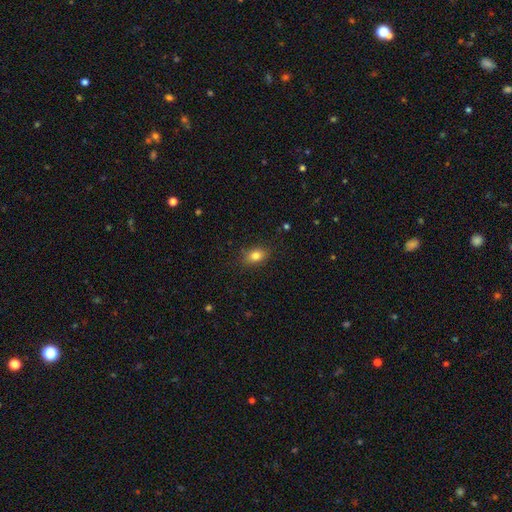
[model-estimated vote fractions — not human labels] Smooth or featured? smooth (82%)
How rounded? in between (73%)
Merging? none (85%)